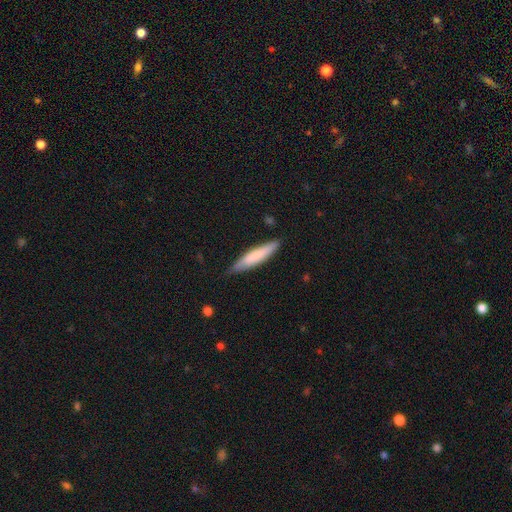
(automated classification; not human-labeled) Overall: smooth (74%). How rounded: cigar-shaped (84%). Merging: none (81%).